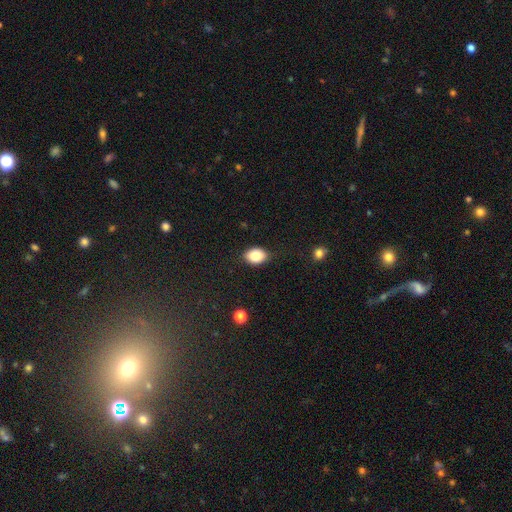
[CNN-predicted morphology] Smooth or featured: smooth — 85% (star or artifact — 8%)
How rounded: in between — 77% (round — 22%)
Merging: none — 83% (minor disturbance — 12%)